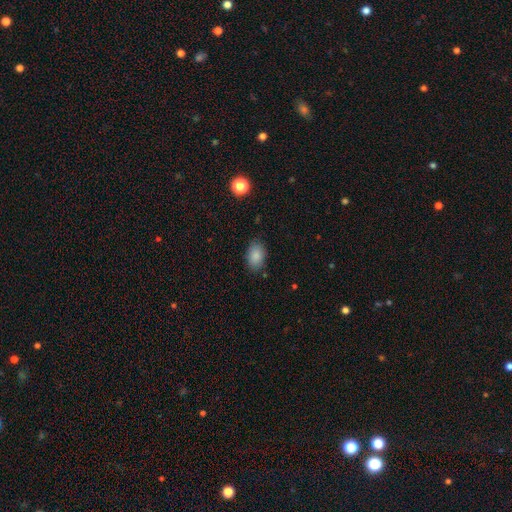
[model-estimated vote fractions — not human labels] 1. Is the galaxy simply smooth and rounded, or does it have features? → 86% smooth, 8% star or artifact, 6% featured or disk.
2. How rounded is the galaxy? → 86% in between, 13% round, 1% cigar-shaped.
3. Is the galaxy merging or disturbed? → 82% none, 13% minor disturbance, 3% major disturbance, 1% merger.